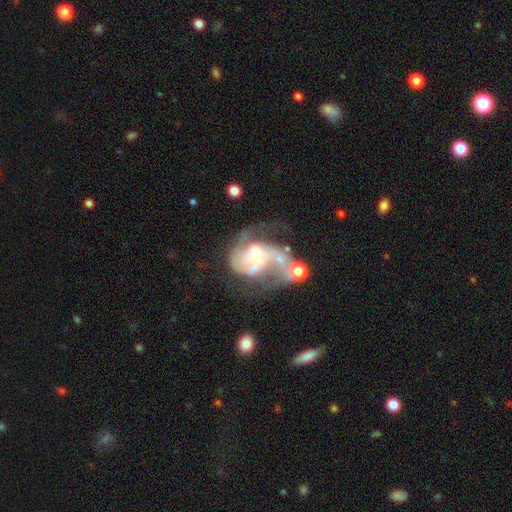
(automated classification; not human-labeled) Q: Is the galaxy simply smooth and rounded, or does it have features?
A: featured or disk — 76%.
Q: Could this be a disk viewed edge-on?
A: no — 98%.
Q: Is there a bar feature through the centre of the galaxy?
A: no — 60%.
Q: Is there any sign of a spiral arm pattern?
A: yes — 75%.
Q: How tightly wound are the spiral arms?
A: loose — 46%.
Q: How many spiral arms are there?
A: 2 — 56%.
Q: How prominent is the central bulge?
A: small — 37%.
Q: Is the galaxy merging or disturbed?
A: major disturbance — 35%.